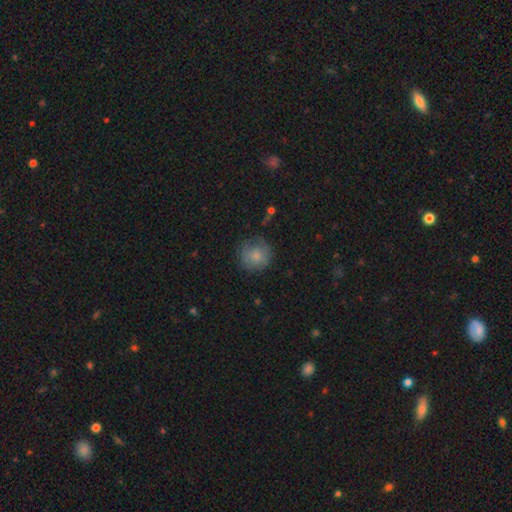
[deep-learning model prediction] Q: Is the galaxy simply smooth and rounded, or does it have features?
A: smooth — 72%.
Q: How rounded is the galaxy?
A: round — 92%.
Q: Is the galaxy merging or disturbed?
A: none — 71%.